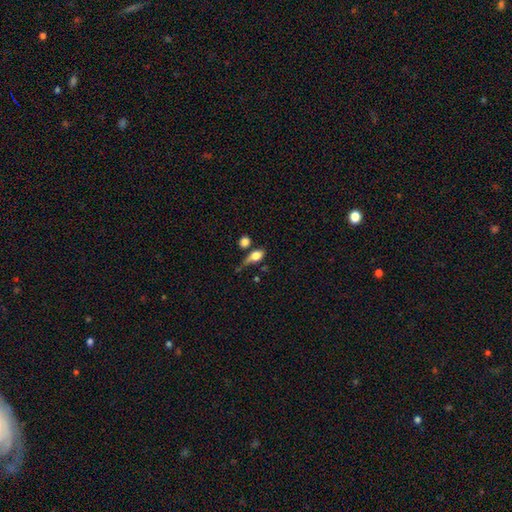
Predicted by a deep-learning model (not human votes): smooth-or-featured: smooth: 73% | featured or disk: 17% | star or artifact: 9%
  how-rounded: in between: 73% | round: 17% | cigar-shaped: 10%
  merging: none: 36% | minor disturbance: 26% | major disturbance: 20% | merger: 18%